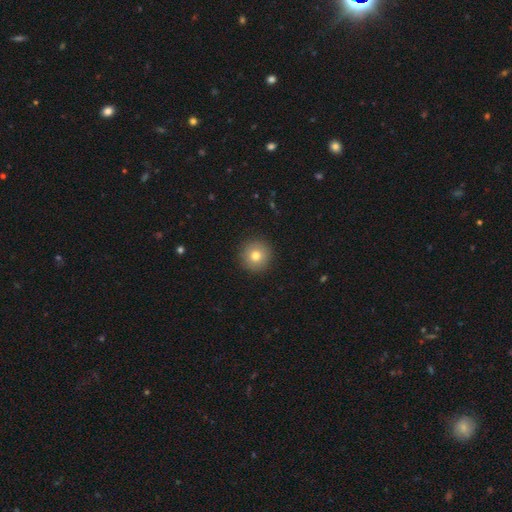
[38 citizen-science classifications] A smooth galaxy with no disk features (82%) that is round (100%). Merging: none (89%).